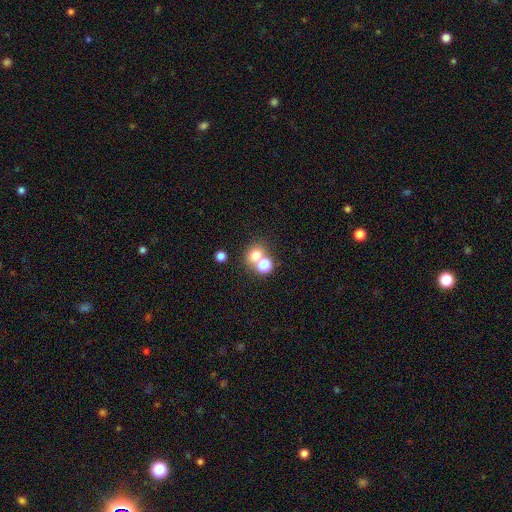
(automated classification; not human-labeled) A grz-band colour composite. It shows a smooth galaxy with no disk features (72%) that is round (69%). Merging: none (49%).